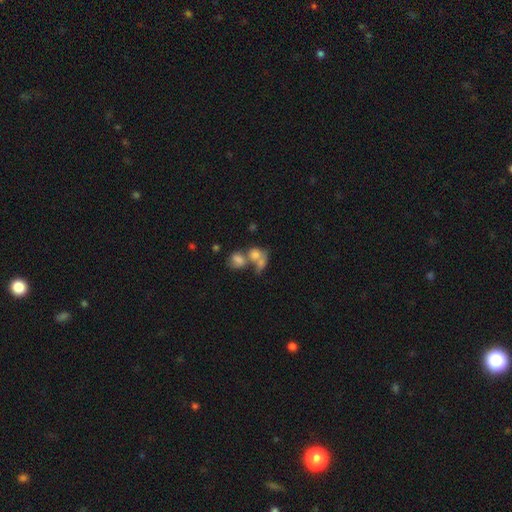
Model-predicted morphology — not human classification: Smooth or featured?
  - smooth: 65% *
  - featured or disk: 23%
  - star or artifact: 12%
How rounded?
  - round: 51% *
  - in between: 46%
  - cigar-shaped: 2%
Merging?
  - merger: 61% *
  - none: 22%
  - major disturbance: 9%
  - minor disturbance: 8%